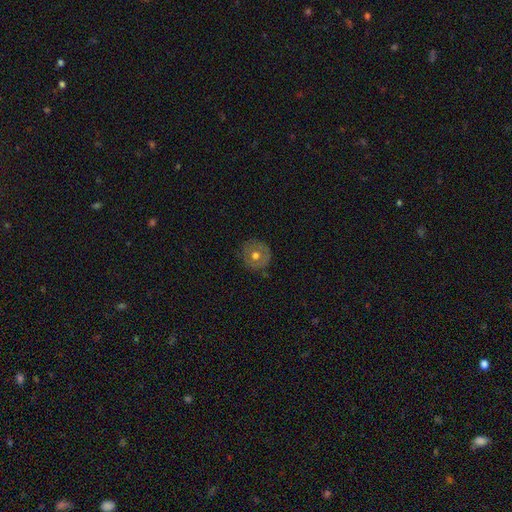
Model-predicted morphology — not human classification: Q: Smooth or featured?
A: smooth (54%); runner-up: featured or disk (37%)
Q: How rounded?
A: round (93%); runner-up: in between (6%)
Q: Merging?
A: none (82%); runner-up: minor disturbance (13%)